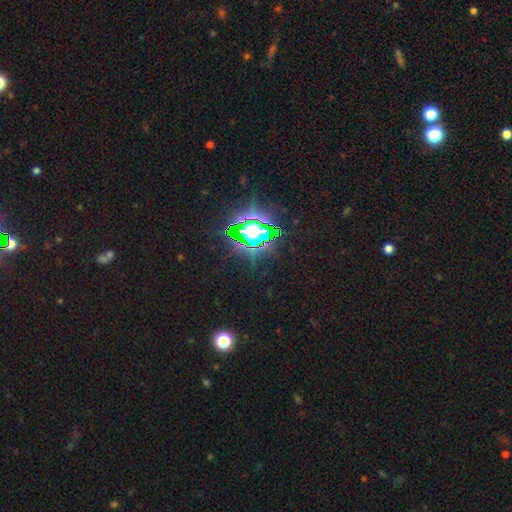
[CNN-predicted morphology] Smooth or featured? star or artifact (80%)